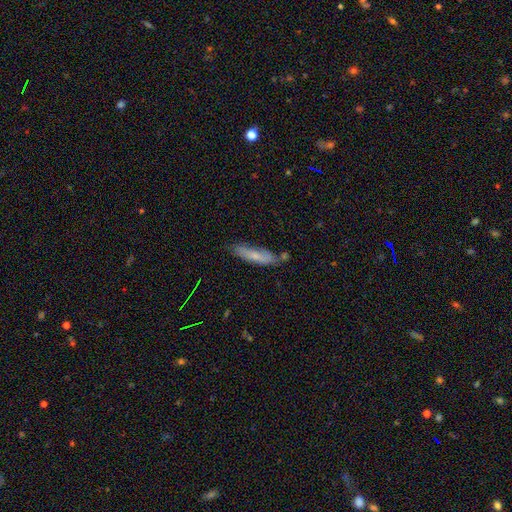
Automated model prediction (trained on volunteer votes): This appears to be a smooth galaxy with no disk features (63%) that is cigar-shaped (72%). Merging: none (64%).